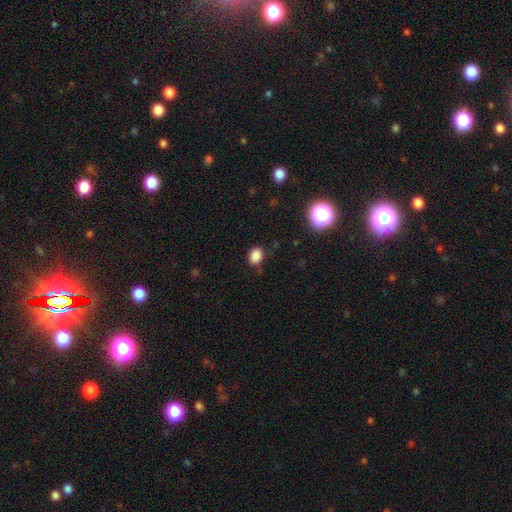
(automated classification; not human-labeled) A smooth galaxy with no disk features (85%) that is in between round and cigar-shaped (55%). Merging: none (80%).